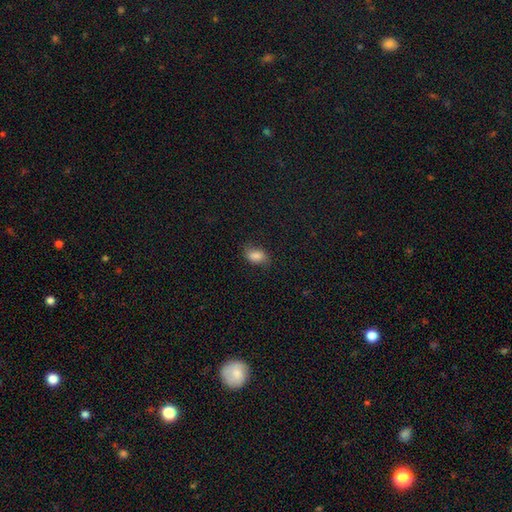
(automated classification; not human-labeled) The model was most divided on "merging": none: 73%, minor disturbance: 20%, major disturbance: 6%, merger: 1%. More confident: how rounded — in between (87%); smooth or featured — smooth (81%).